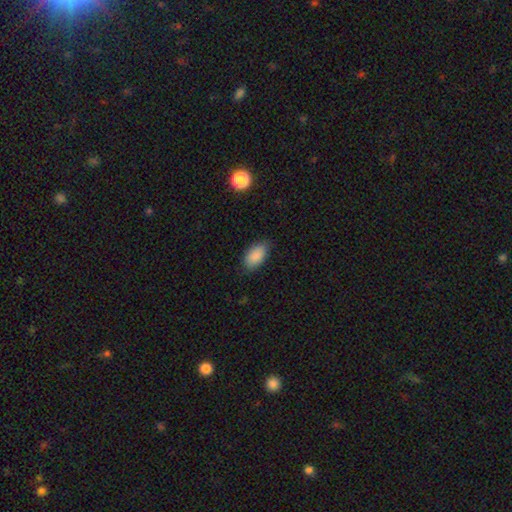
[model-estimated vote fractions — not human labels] Smooth or featured?
  - smooth: 89% *
  - star or artifact: 7%
  - featured or disk: 4%
How rounded?
  - in between: 93% *
  - round: 4%
  - cigar-shaped: 3%
Merging?
  - none: 81% *
  - minor disturbance: 15%
  - major disturbance: 3%
  - merger: 1%